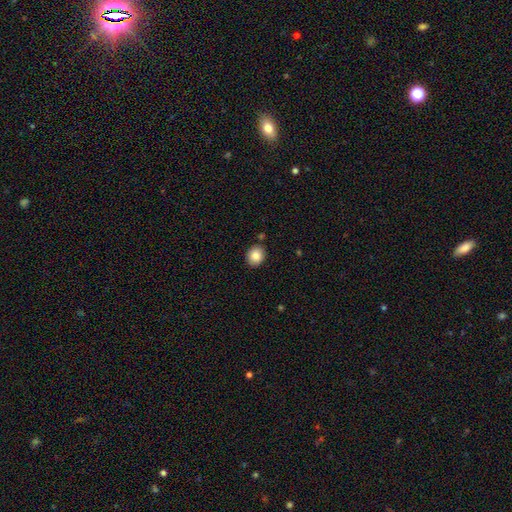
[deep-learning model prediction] smooth-or-featured: smooth: 87% | star or artifact: 8% | featured or disk: 5%
  how-rounded: round: 72% | in between: 28% | cigar-shaped: 1%
  merging: none: 87% | minor disturbance: 8% | merger: 3% | major disturbance: 2%